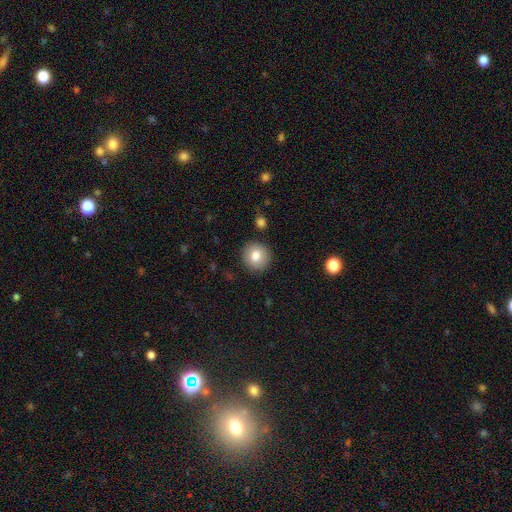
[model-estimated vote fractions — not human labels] A smooth galaxy with no disk features (81%) that is round (92%). Merging: none (90%).